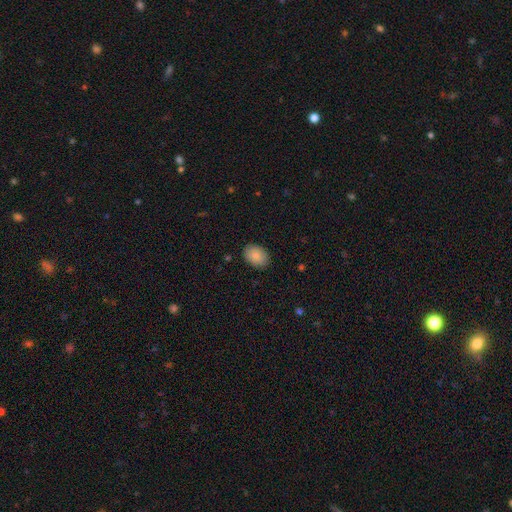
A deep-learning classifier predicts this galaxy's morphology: A smooth galaxy with no disk features (87%) that is in between round and cigar-shaped (79%). Merging: none (88%).